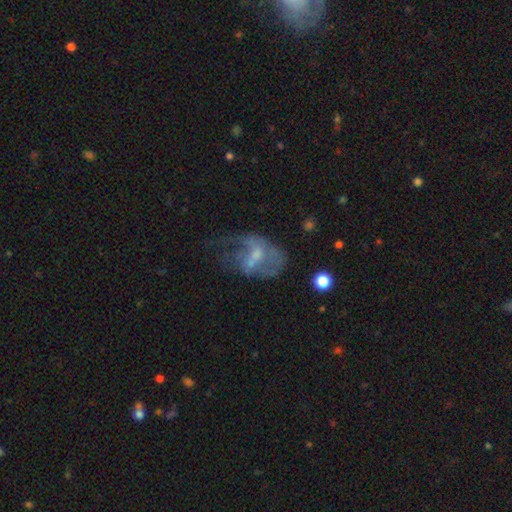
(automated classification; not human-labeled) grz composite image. It shows a featured or disk galaxy (64%) with no bar (55%), spiral arms (51%) and a small central bulge (43%). Merging: major disturbance (49%).